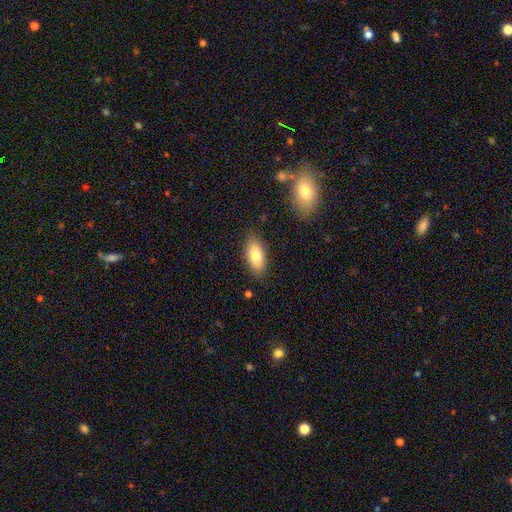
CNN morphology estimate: smooth_or_featured: smooth (p=0.78) [alt: featured or disk p=0.15]
how_rounded: in between (p=0.89) [alt: cigar-shaped p=0.08]
merging: none (p=0.84) [alt: minor disturbance p=0.11]